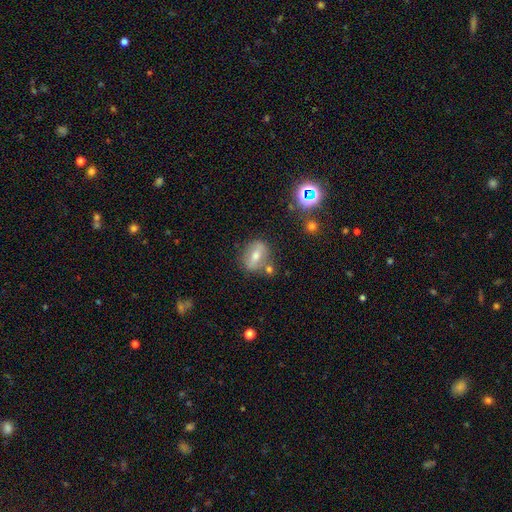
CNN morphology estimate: smooth-or-featured: smooth: 49% | featured or disk: 40% | star or artifact: 11%
  merging: none: 71% | minor disturbance: 15% | merger: 10% | major disturbance: 5%